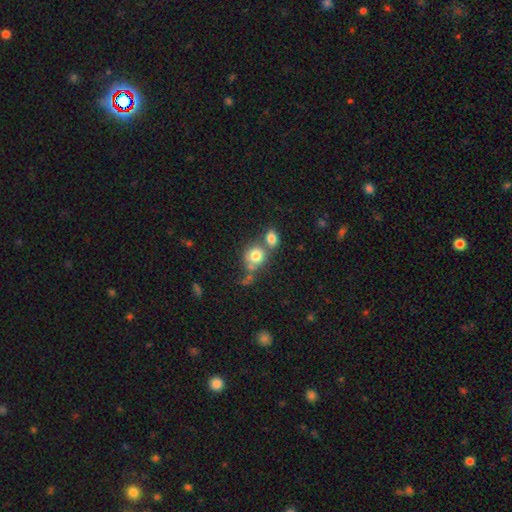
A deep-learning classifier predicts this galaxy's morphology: The model was most divided on "merging": merger: 45%, none: 38%, minor disturbance: 11%, major disturbance: 6%. More confident: smooth or featured — smooth (77%); how rounded — round (76%).